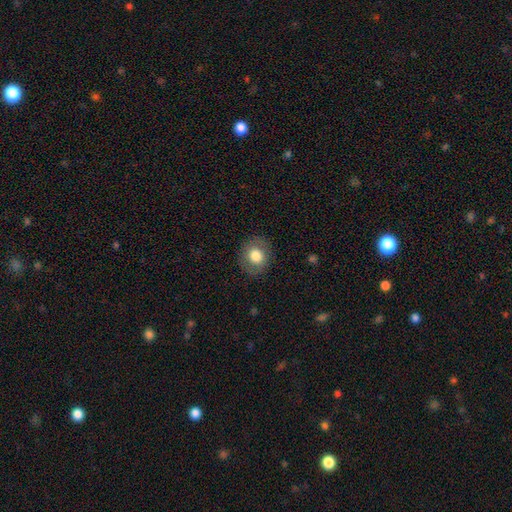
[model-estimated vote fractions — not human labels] Smooth or featured? smooth (77%)
How rounded? round (71%)
Merging? none (86%)